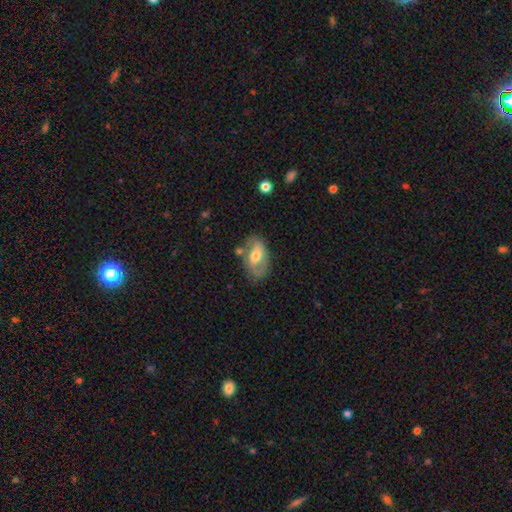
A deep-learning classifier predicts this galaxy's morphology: The model was most divided on "smooth or featured": featured or disk: 51%, smooth: 43%, star or artifact: 7%. More confident: edge-on disk — no (92%); merging — none (66%).